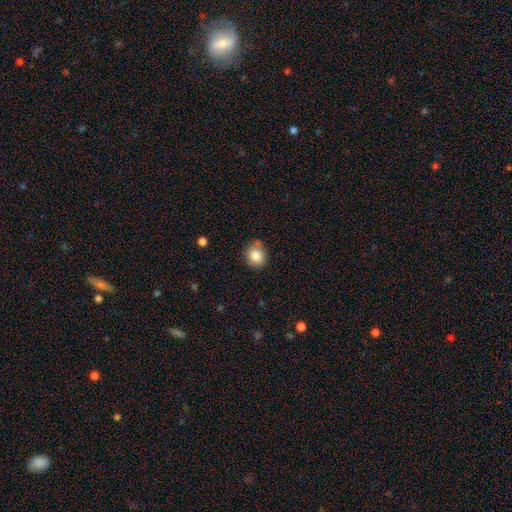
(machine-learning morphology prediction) A smooth galaxy with no disk features (84%) that is round (72%).

Vote fractions:
- Smooth or featured? smooth: 84% / star or artifact: 10% / featured or disk: 7%
- How rounded? round: 72% / in between: 27% / cigar-shaped: 1%
- Merging? none: 75% / minor disturbance: 18% / merger: 3% / major disturbance: 3%